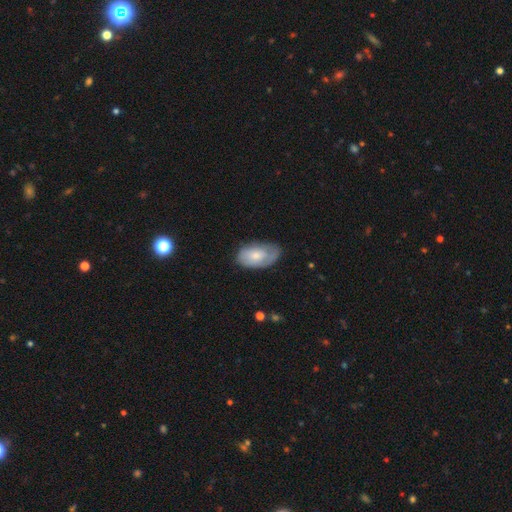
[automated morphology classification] Overall: smooth (63%; featured or disk 31%). How rounded: in between (93%). Merging: none (61%; minor disturbance 29%).